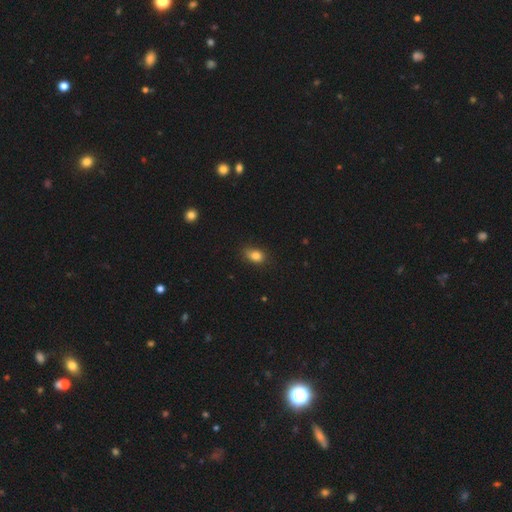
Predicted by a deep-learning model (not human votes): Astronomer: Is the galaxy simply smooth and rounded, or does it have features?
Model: smooth — 83%.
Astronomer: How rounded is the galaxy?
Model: in between — 70%.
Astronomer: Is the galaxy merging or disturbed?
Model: none — 74%.